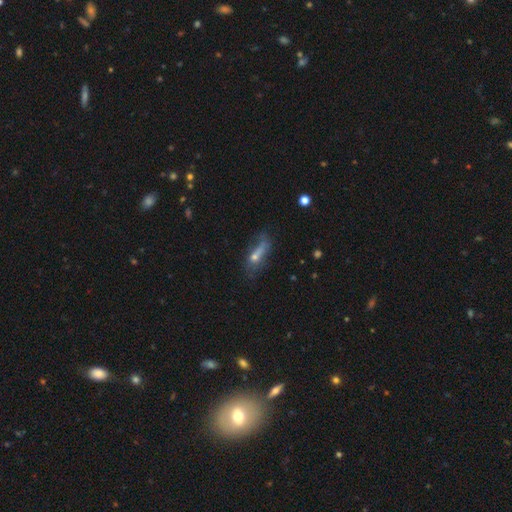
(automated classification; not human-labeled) This appears to be a smooth galaxy with no disk features (45%). Merging: none (39%).